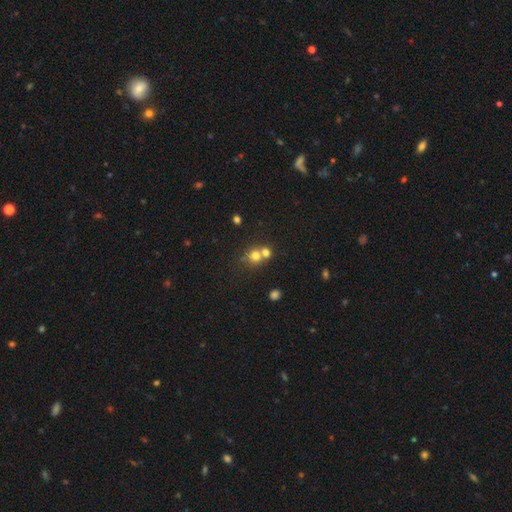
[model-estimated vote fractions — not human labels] Smooth or featured? smooth (72%)
How rounded? round (84%)
Merging? merger (48%)